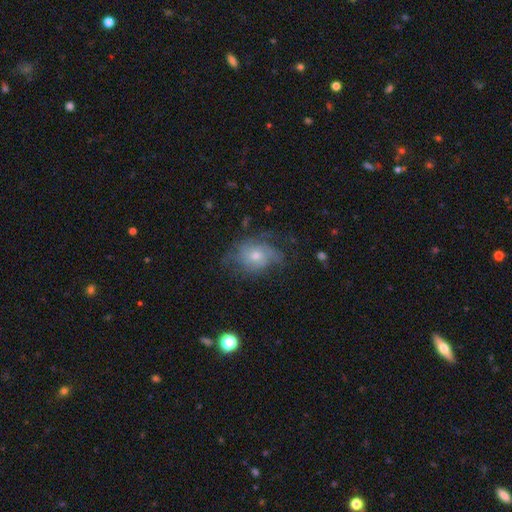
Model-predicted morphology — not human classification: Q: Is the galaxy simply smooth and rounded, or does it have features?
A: featured or disk — 56%.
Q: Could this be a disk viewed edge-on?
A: no — 96%.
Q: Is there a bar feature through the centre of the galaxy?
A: no — 81%.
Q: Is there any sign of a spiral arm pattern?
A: yes — 73%.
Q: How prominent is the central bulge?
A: moderate — 52%.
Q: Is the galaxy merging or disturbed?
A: none — 54%.